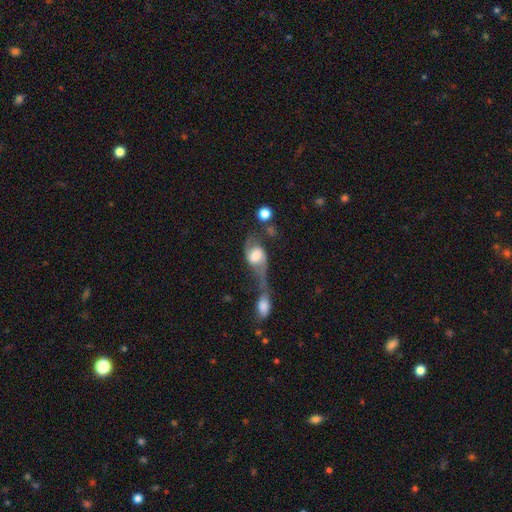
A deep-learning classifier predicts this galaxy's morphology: A featured or disk galaxy (64%) with a weak bar (44%), 2 (86%) loose (65%) spiral arms (87%) and a moderate central bulge (38%). Merging: merger (62%).